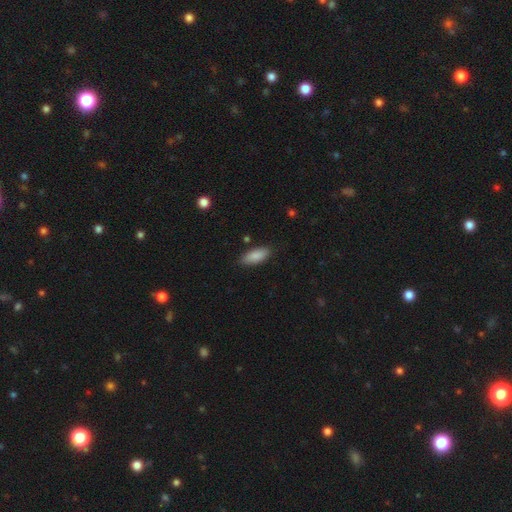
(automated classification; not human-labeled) The model was most divided on "how rounded": in between: 78%, cigar-shaped: 20%, round: 2%. More confident: smooth or featured — smooth (88%); merging — none (86%).